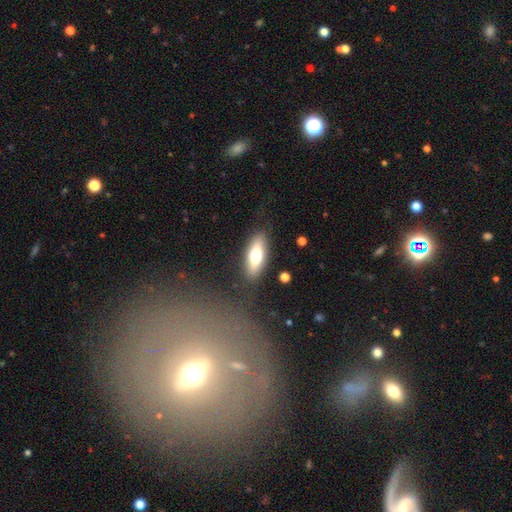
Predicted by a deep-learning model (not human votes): This appears to be a smooth galaxy with no disk features (69%) that is in between round and cigar-shaped (65%). Merging: none (83%).